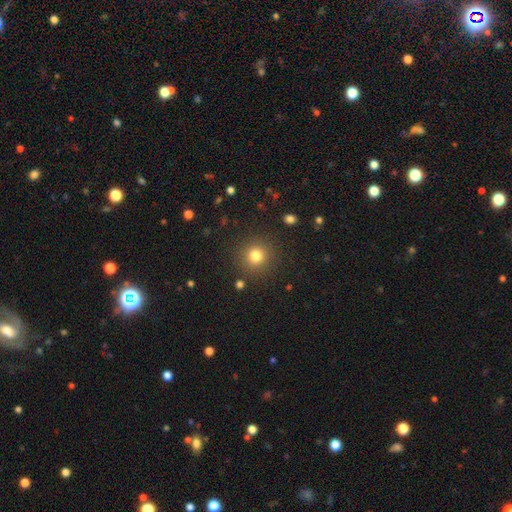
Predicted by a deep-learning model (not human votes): The model was most divided on "smooth or featured": smooth: 79%, star or artifact: 14%, featured or disk: 7%. More confident: how rounded — round (94%); merging — none (89%).